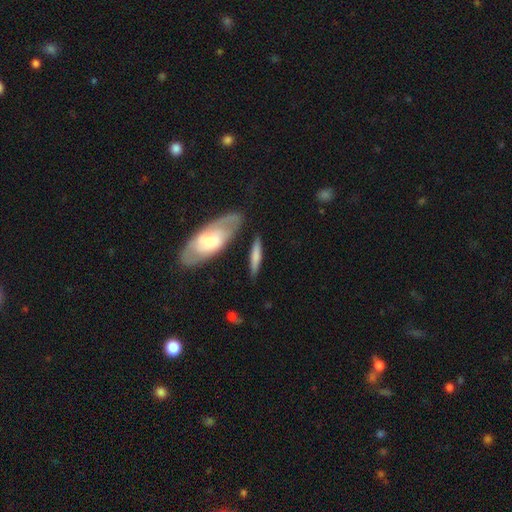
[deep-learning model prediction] smooth-or-featured: smooth: 66% | featured or disk: 29% | star or artifact: 5%
  how-rounded: cigar-shaped: 78% | in between: 20% | round: 3%
  merging: none: 78% | minor disturbance: 13% | merger: 6% | major disturbance: 4%